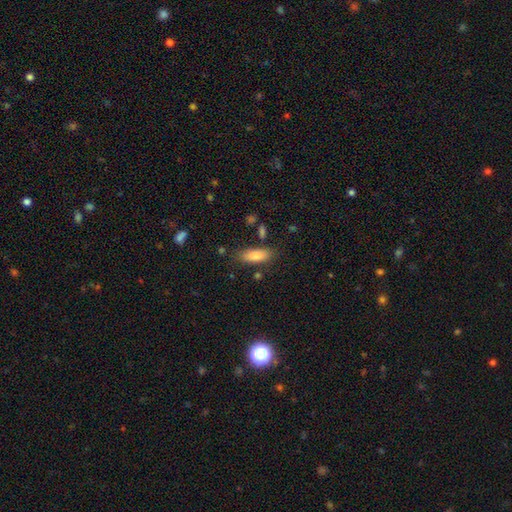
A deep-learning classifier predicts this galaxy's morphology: Smooth or featured: smooth — 85% (featured or disk — 8%)
How rounded: in between — 72% (cigar-shaped — 26%)
Merging: none — 78% (minor disturbance — 14%)